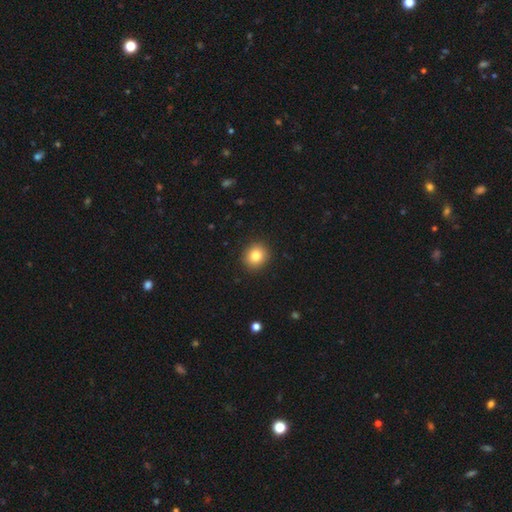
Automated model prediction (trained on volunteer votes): Morphology: type=smooth (82%); roundness=round (82%); merging=none (91%).